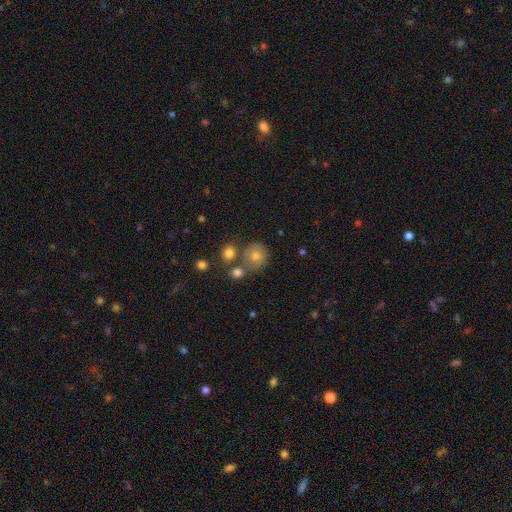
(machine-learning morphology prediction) Smooth or featured? smooth (76%)
How rounded? round (85%)
Merging? none (62%)